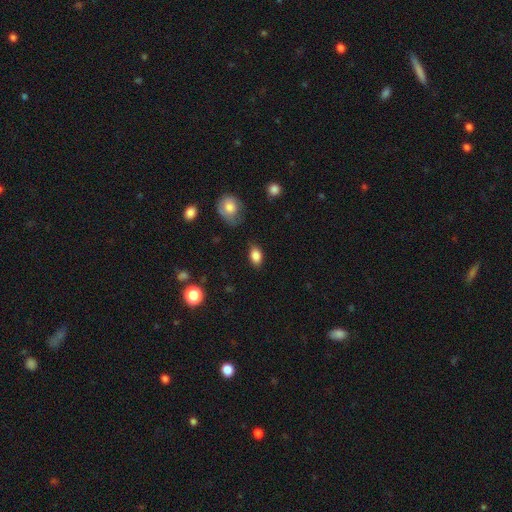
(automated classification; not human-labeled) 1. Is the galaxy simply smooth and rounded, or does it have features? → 85% smooth, 9% star or artifact, 6% featured or disk.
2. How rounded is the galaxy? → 86% in between, 12% round, 2% cigar-shaped.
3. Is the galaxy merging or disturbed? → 79% none, 15% minor disturbance, 4% major disturbance, 2% merger.